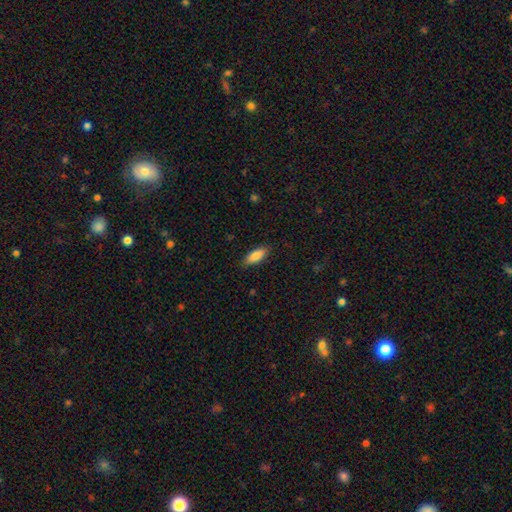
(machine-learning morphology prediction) This is clearly a smooth galaxy (86%). How rounded: likely in between (76%). Merging: clearly none (86%).